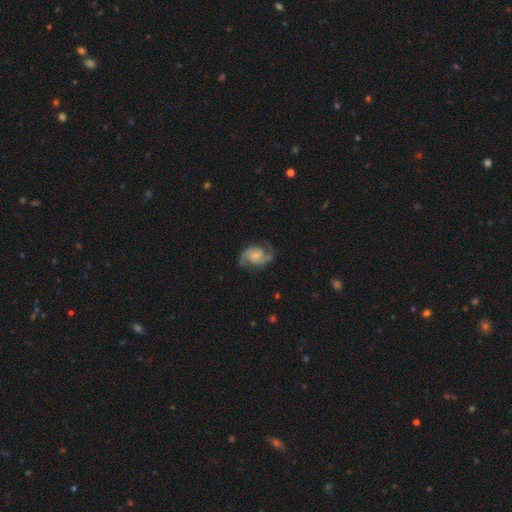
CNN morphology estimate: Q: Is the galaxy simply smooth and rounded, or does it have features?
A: featured or disk — 90%.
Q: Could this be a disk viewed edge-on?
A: no — 98%.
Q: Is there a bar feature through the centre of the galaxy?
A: no — 47%.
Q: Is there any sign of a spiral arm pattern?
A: yes — 98%.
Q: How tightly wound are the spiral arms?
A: medium — 59%.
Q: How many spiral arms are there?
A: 2 — 93%.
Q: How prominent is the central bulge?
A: small — 53%.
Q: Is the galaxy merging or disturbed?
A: none — 78%.